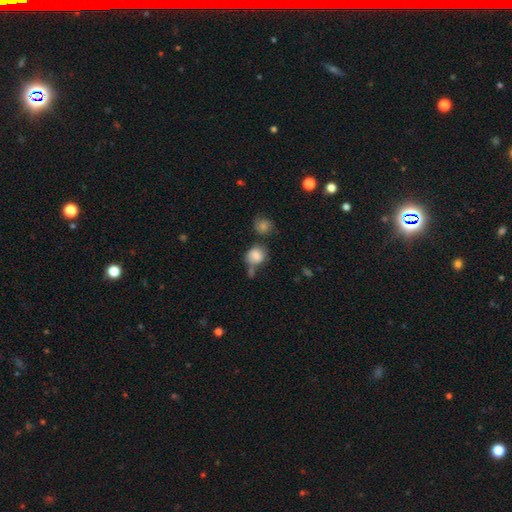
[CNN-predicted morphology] Q: Smooth or featured?
A: smooth (76%); runner-up: featured or disk (14%)
Q: How rounded?
A: round (67%); runner-up: in between (32%)
Q: Merging?
A: none (43%); runner-up: merger (25%)